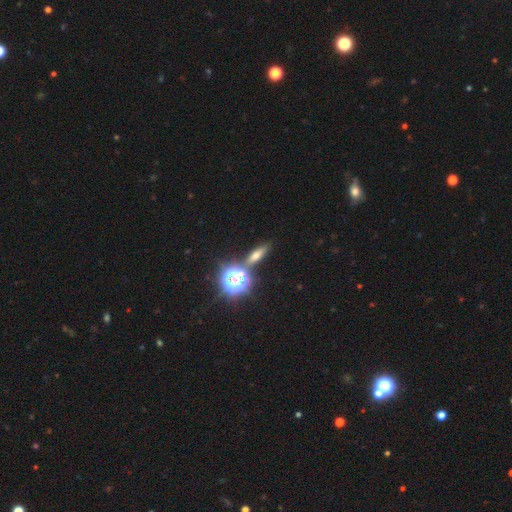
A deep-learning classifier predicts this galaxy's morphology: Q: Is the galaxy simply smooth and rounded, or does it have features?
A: smooth — 40%.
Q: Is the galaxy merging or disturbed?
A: none — 79%.